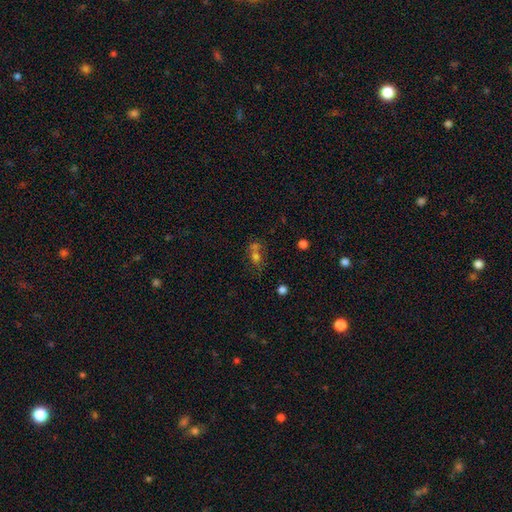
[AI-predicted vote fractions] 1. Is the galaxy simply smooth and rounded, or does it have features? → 53% smooth, 26% star or artifact, 21% featured or disk.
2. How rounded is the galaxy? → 52% in between, 42% round, 6% cigar-shaped.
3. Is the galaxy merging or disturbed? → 40% merger, 38% none, 13% minor disturbance, 9% major disturbance.